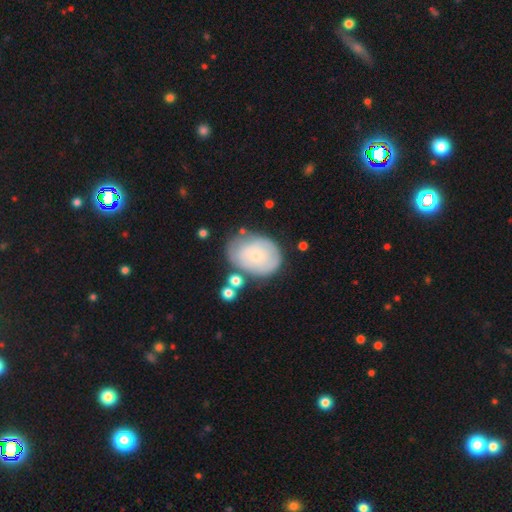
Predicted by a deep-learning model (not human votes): smooth-or-featured: smooth: 47% | featured or disk: 46% | star or artifact: 7%
  merging: none: 62% | minor disturbance: 24% | major disturbance: 8% | merger: 6%